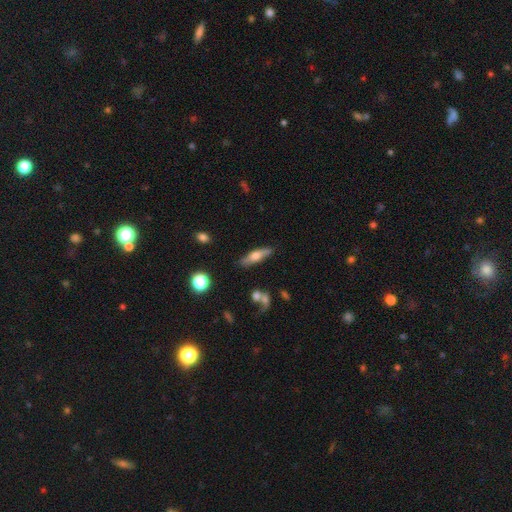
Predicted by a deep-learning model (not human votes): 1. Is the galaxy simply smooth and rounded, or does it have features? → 47% featured or disk, 46% smooth, 7% star or artifact.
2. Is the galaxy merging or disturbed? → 81% none, 13% minor disturbance, 4% merger, 3% major disturbance.